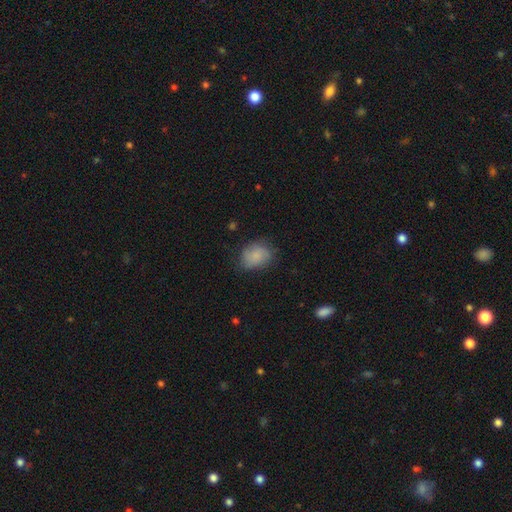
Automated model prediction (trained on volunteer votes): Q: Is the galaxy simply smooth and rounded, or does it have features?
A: smooth — 80%.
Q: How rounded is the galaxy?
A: in between — 51%.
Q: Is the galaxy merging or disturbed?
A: none — 70%.